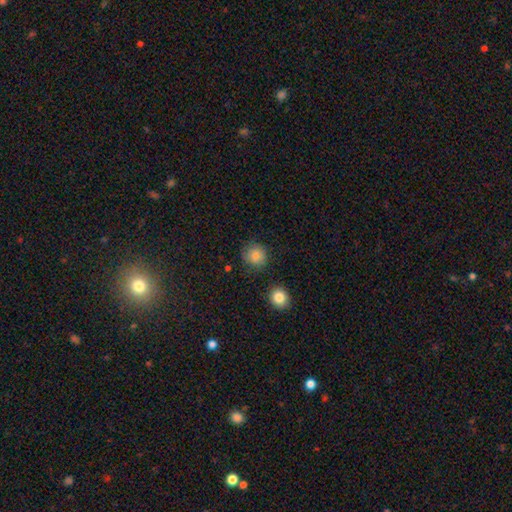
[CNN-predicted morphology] A smooth galaxy with no disk features (83%) that is round (89%).

Vote fractions:
- Smooth or featured? smooth: 83% / star or artifact: 11% / featured or disk: 6%
- How rounded? round: 89% / in between: 10% / cigar-shaped: 1%
- Merging? none: 83% / minor disturbance: 11% / major disturbance: 3% / merger: 3%